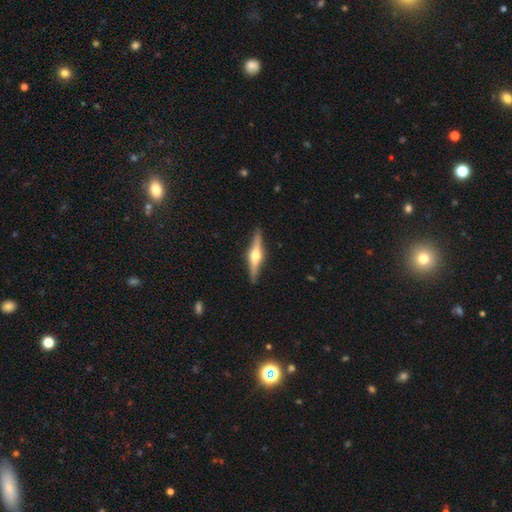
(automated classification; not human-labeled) The model was most divided on "smooth or featured": featured or disk: 75%, smooth: 20%, star or artifact: 5%. More confident: edge-on disk — yes (98%); edge-on bulge — rounded (95%); merging — none (90%).